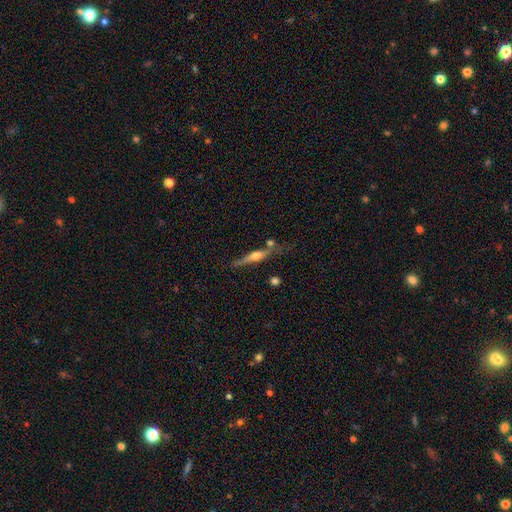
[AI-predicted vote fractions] A featured or disk galaxy (69%) viewed edge-on (96%) with a rounded central bulge (90%). Merging: none (69%).